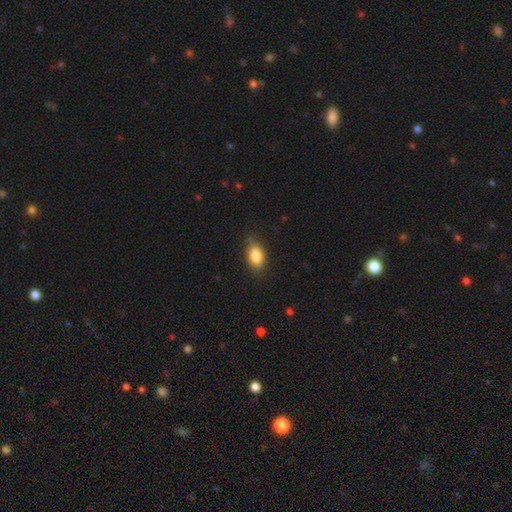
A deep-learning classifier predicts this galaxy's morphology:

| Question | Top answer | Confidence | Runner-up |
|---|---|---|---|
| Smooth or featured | smooth | 86% | star or artifact (8%) |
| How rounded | in between | 88% | round (9%) |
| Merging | none | 78% | minor disturbance (18%) |